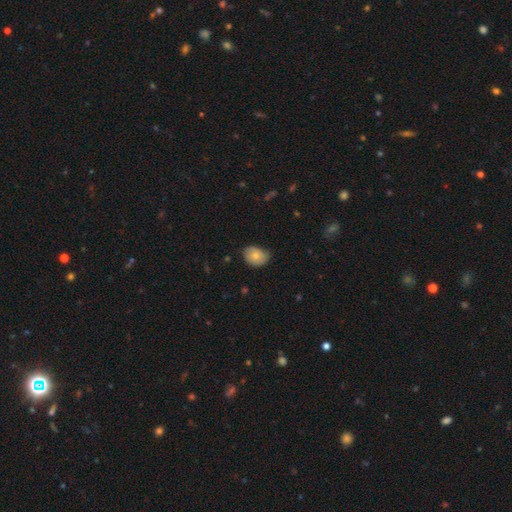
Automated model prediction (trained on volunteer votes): Smooth or featured?
  - smooth: 77% *
  - featured or disk: 16%
  - star or artifact: 7%
How rounded?
  - in between: 63% *
  - round: 36%
  - cigar-shaped: 1%
Merging?
  - none: 63% *
  - minor disturbance: 31%
  - major disturbance: 5%
  - merger: 1%